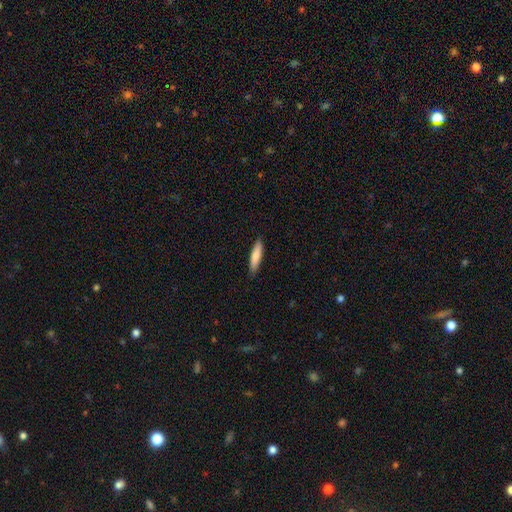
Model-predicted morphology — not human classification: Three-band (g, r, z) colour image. It shows a smooth galaxy with no disk features (80%) that is cigar-shaped (78%). Merging: none (89%).